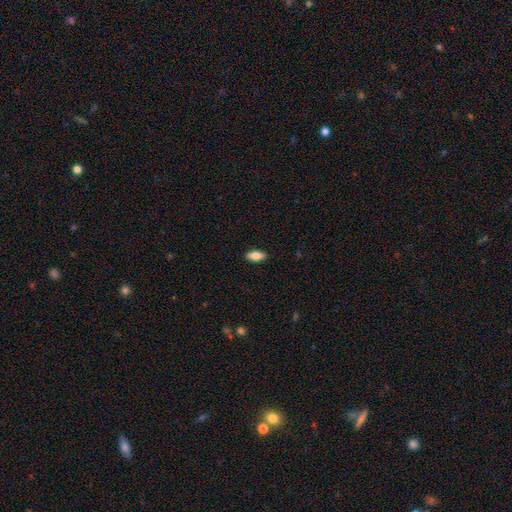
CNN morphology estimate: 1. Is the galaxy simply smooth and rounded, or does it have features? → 78% smooth, 16% featured or disk, 7% star or artifact.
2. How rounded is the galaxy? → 82% in between, 15% cigar-shaped, 3% round.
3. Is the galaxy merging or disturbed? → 89% none, 8% minor disturbance, 2% major disturbance, 1% merger.